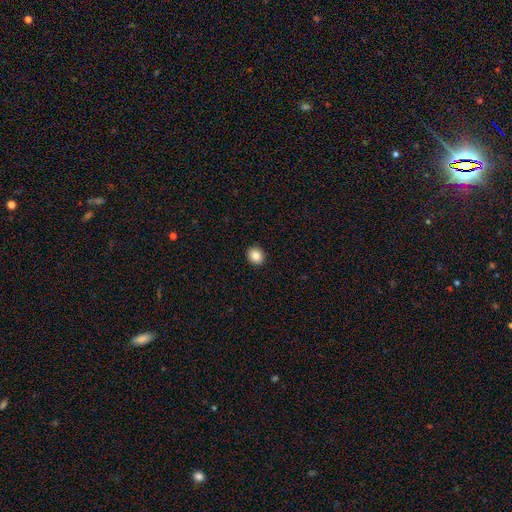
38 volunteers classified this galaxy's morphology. smooth-or-featured: smooth: 95% | featured or disk: 3% | star or artifact: 3%
  how-rounded: round: 75% | in between: 25% | cigar-shaped: 0%
  merging: none: 97% | major disturbance: 3% | minor disturbance: 0% | merger: 0%